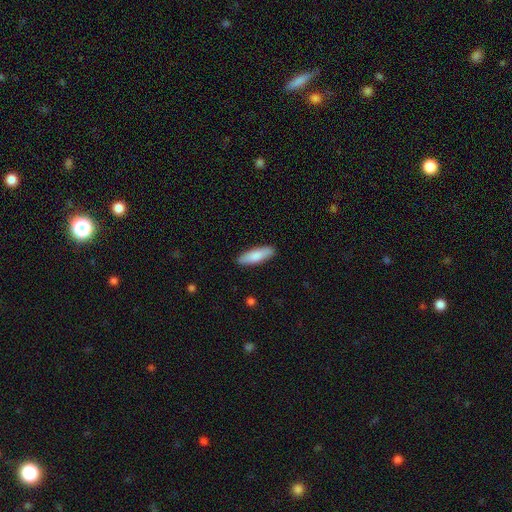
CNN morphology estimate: type=smooth (83%); roundness=cigar-shaped (50%); merging=none (89%).